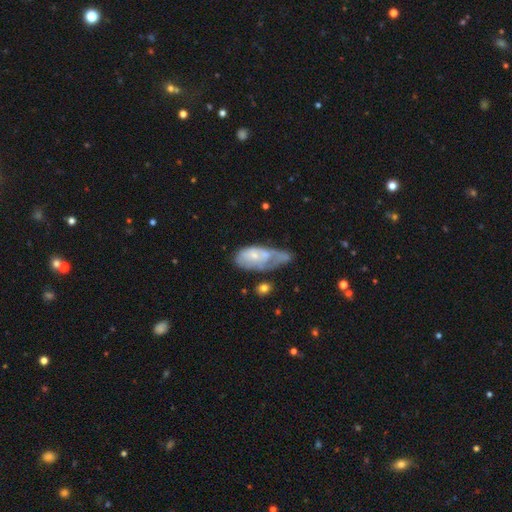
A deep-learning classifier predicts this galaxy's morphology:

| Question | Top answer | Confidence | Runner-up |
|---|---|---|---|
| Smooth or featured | featured or disk | 49% | smooth (44%) |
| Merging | major disturbance | 33% | minor disturbance (28%) |